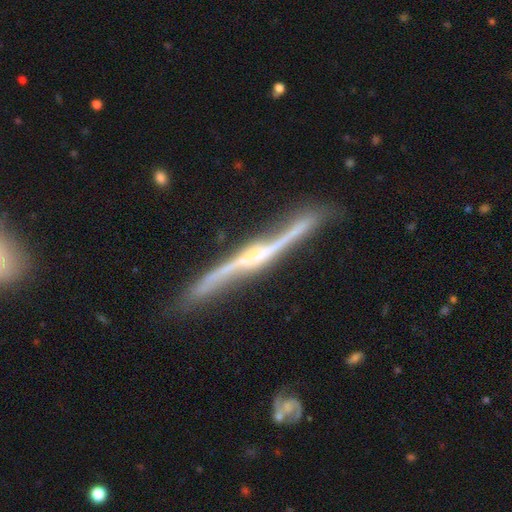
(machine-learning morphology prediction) Smooth or featured: featured or disk — 87% (smooth — 8%)
Edge-on disk: yes — 84% (no — 16%)
Edge-on bulge: rounded — 55% (none — 25%)
Merging: none — 70% (minor disturbance — 20%)